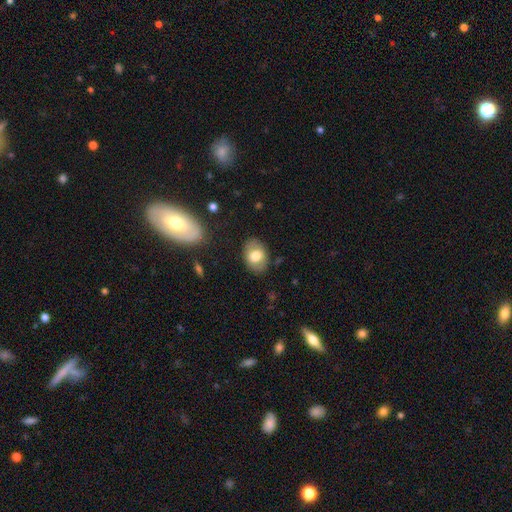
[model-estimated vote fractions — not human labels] Smooth or featured? smooth (71%)
How rounded? in between (75%)
Merging? none (83%)